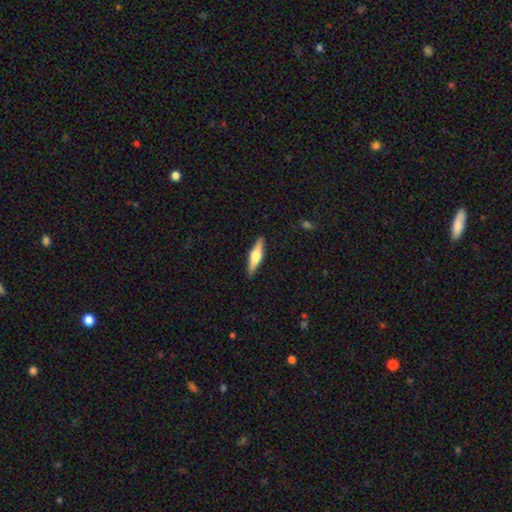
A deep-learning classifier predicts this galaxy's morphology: smooth_or_featured: featured or disk (p=0.56) [alt: smooth p=0.39]
disk_edge_on: yes (p=0.95) [alt: no p=0.05]
edge_on_bulge: rounded (p=0.92) [alt: boxy p=0.06]
merging: none (p=0.90) [alt: minor disturbance p=0.08]